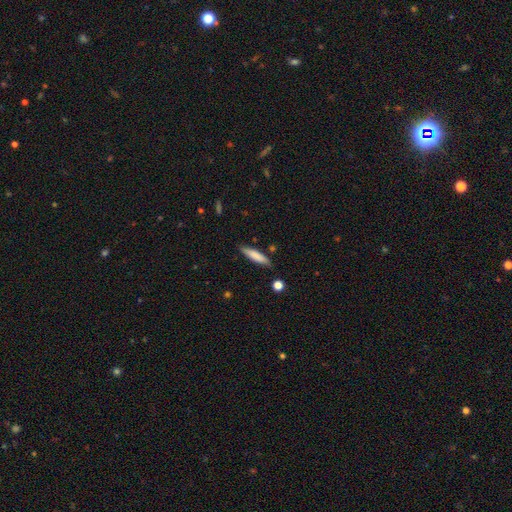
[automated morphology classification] Smooth or featured: smooth — 77% (featured or disk — 16%)
How rounded: cigar-shaped — 82% (in between — 17%)
Merging: none — 84% (minor disturbance — 11%)